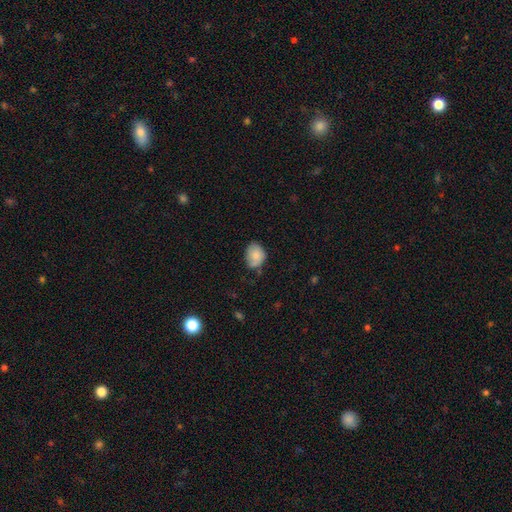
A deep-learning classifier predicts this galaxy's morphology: smooth-or-featured: smooth: 78% | featured or disk: 14% | star or artifact: 8%
  how-rounded: in between: 59% | round: 40% | cigar-shaped: 1%
  merging: none: 56% | minor disturbance: 34% | major disturbance: 7% | merger: 3%